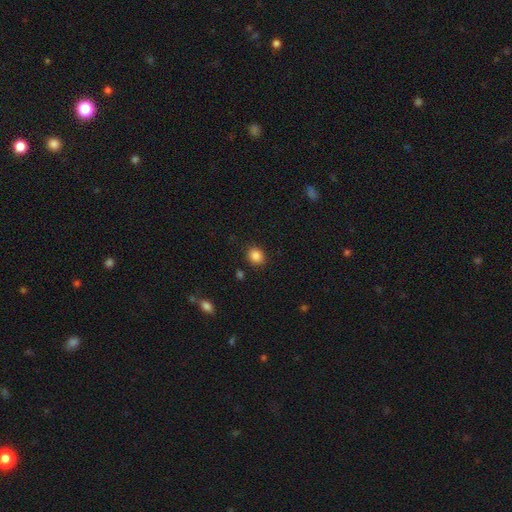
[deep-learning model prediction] This is clearly a smooth galaxy (86%). How rounded: likely round (67%). Merging: clearly none (87%).